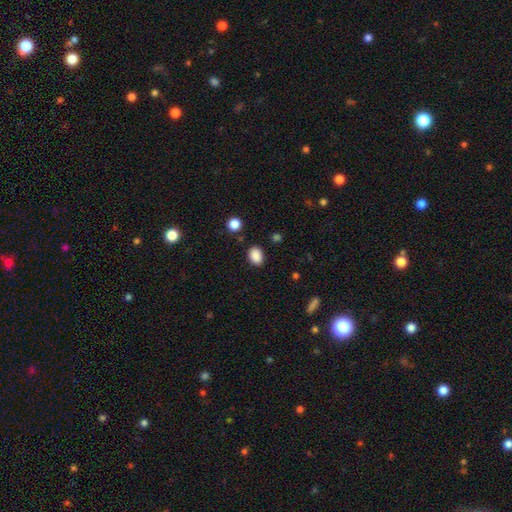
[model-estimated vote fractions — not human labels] Q: Smooth or featured?
A: smooth (88%); runner-up: star or artifact (9%)
Q: How rounded?
A: in between (73%); runner-up: round (26%)
Q: Merging?
A: none (84%); runner-up: minor disturbance (11%)